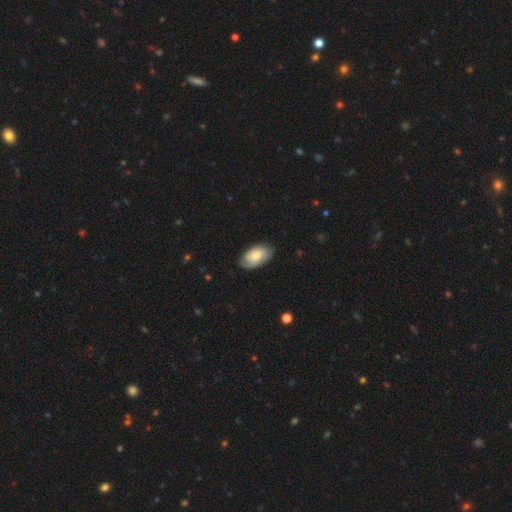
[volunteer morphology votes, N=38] Smooth or featured? smooth (55%)
How rounded? in between (100%)
Merging? none (78%)